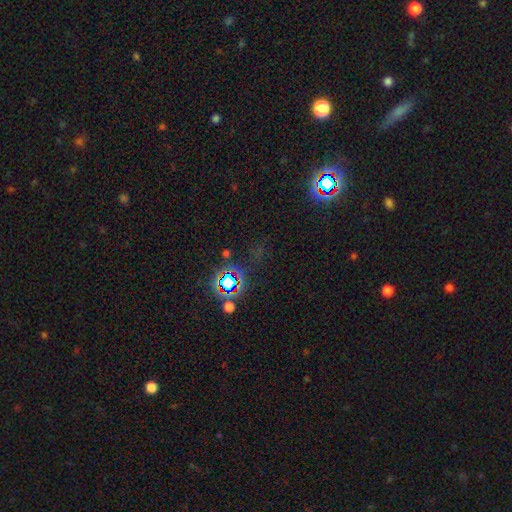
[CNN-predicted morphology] Smooth or featured?
  - star or artifact: 75% *
  - smooth: 16%
  - featured or disk: 9%